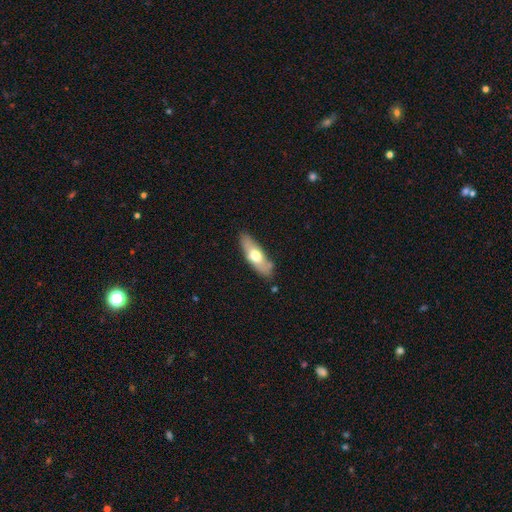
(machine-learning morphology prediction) A smooth galaxy with no disk features (57%) that is in between round and cigar-shaped (59%).

Vote fractions:
- Smooth or featured? smooth: 57% / featured or disk: 37% / star or artifact: 6%
- How rounded? in between: 59% / cigar-shaped: 38% / round: 2%
- Merging? none: 80% / minor disturbance: 15% / major disturbance: 3% / merger: 2%